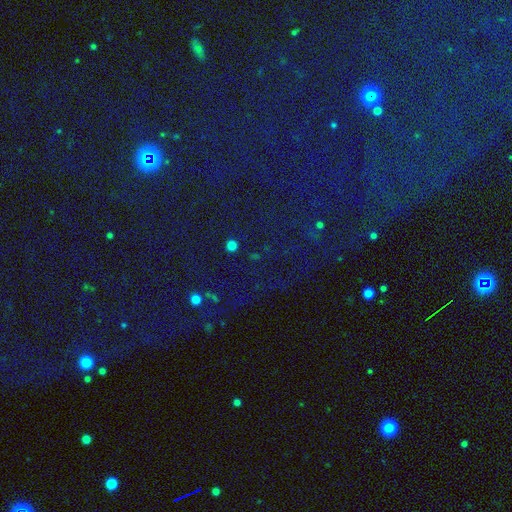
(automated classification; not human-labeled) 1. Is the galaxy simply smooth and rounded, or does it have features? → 82% star or artifact, 10% smooth, 8% featured or disk.